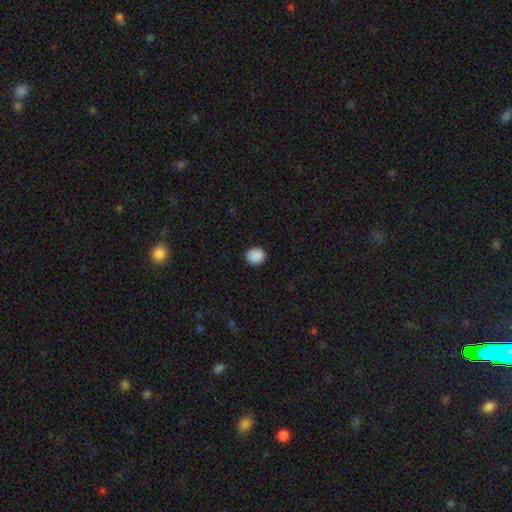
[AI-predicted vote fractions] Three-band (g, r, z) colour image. It shows a smooth galaxy with no disk features (89%) that is round (84%). Merging: none (91%).